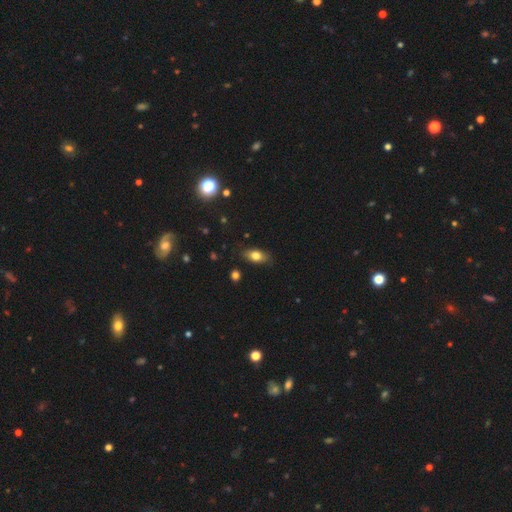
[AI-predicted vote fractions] Smooth or featured: smooth — 76% (featured or disk — 15%)
How rounded: in between — 83% (cigar-shaped — 9%)
Merging: none — 81% (minor disturbance — 14%)